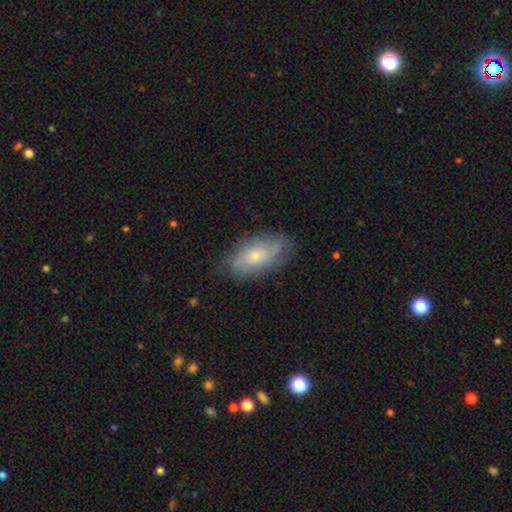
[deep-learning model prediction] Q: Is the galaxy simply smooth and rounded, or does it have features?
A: featured or disk — 50%.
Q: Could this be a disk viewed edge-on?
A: no — 88%.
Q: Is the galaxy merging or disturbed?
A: none — 69%.